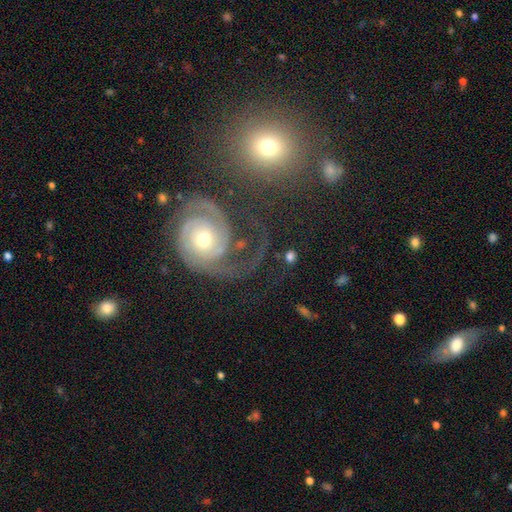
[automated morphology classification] A featured or disk galaxy (79%) with no bar (71%), 2 (47%) tight (61%) spiral arms (94%) and a moderate central bulge (58%).

Vote fractions:
- Smooth or featured? featured or disk: 79% / smooth: 11% / star or artifact: 11%
- Edge-on disk? no: 97% / yes: 3%
- Bar? no: 71% / weak: 23% / strong: 7%
- Spiral arms? yes: 94% / no: 6%
- Spiral winding? tight: 61% / medium: 30% / loose: 9%
- Spiral arm count? 2: 47% / 1: 17% / can't tell: 16% / 3: 11% / 4: 5% / more than 4: 4%
- Bulge size? moderate: 58% / small: 33% / large: 6% / dominant: 2% / none: 2%
- Merging? none: 58% / major disturbance: 17% / minor disturbance: 16% / merger: 8%